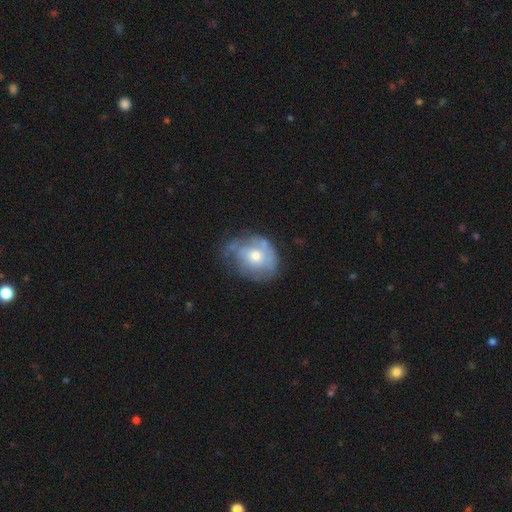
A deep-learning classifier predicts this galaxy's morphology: Smooth or featured: featured or disk — 54% (smooth — 39%)
Edge-on disk: no — 96% (yes — 4%)
Bar: no — 82% (weak — 15%)
Spiral arms: yes — 56% (no — 44%)
Bulge size: moderate — 61% (small — 32%)
Merging: none — 46% (minor disturbance — 33%)